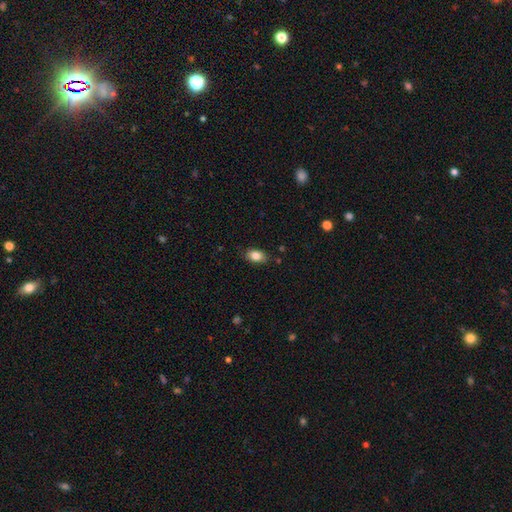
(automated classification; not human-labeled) Q: Smooth or featured?
A: smooth (84%); runner-up: star or artifact (8%)
Q: How rounded?
A: in between (87%); runner-up: round (11%)
Q: Merging?
A: none (83%); runner-up: minor disturbance (13%)